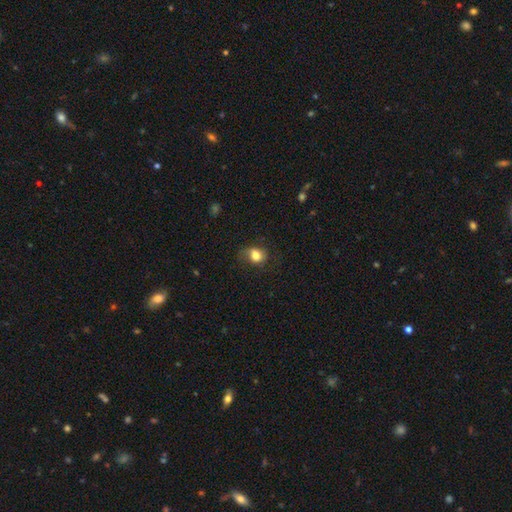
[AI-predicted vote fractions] This is likely a smooth galaxy (78%). How rounded: possibly round (51%). Merging: possibly none (60%).